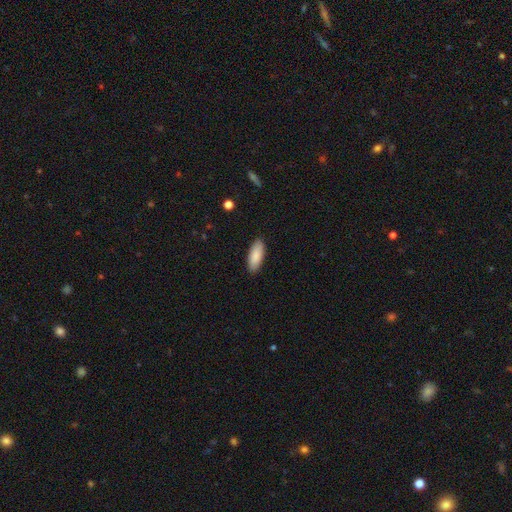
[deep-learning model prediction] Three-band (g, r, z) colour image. It shows a smooth galaxy with no disk features (88%) that is in between round and cigar-shaped (77%). Merging: none (89%).